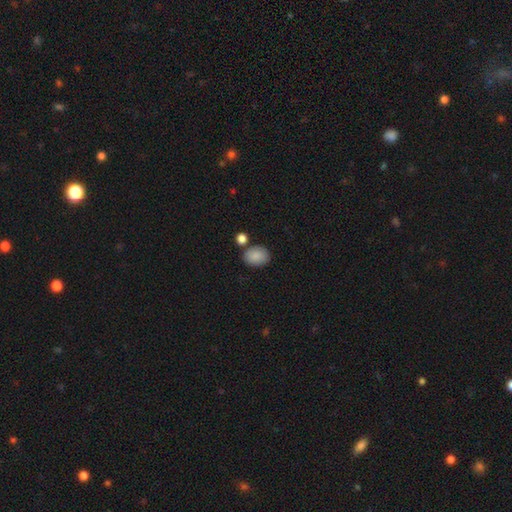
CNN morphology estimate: smooth_or_featured: smooth (p=0.88) [alt: star or artifact p=0.08]
how_rounded: in between (p=0.69) [alt: round p=0.30]
merging: none (p=0.75) [alt: minor disturbance p=0.13]